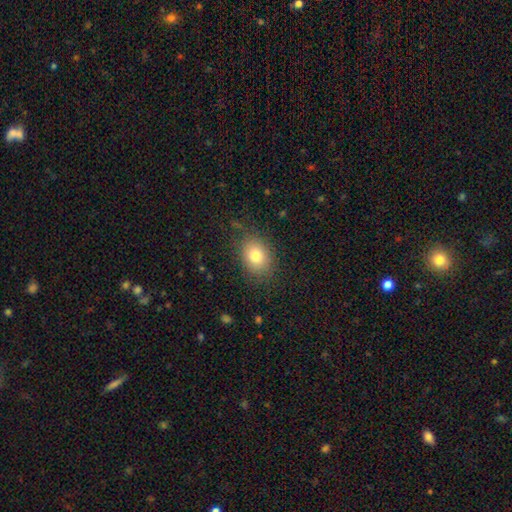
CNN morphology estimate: This appears to be a smooth galaxy with no disk features (80%) that is in between round and cigar-shaped (62%). Merging: none (79%).